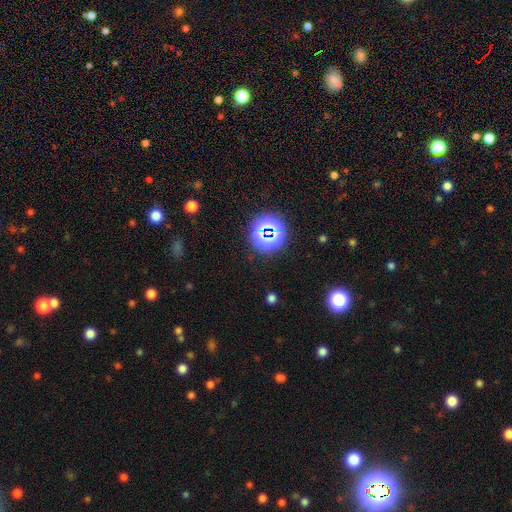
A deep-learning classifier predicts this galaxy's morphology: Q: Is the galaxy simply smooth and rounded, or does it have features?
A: star or artifact — 78%.